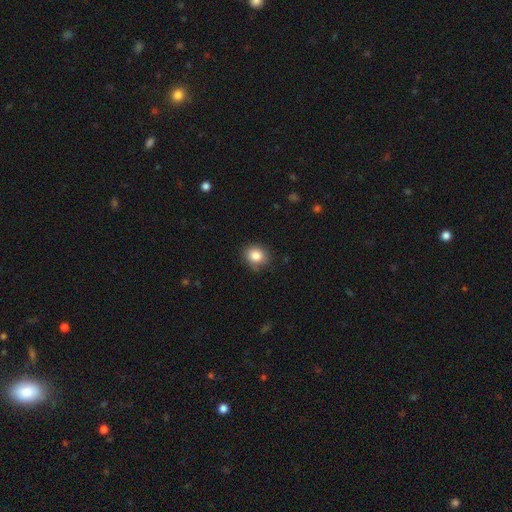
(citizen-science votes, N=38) smooth 89%, star or artifact 8%, featured or disk 3%. Down the decision tree: how rounded — round (76%); merging — none (71%).